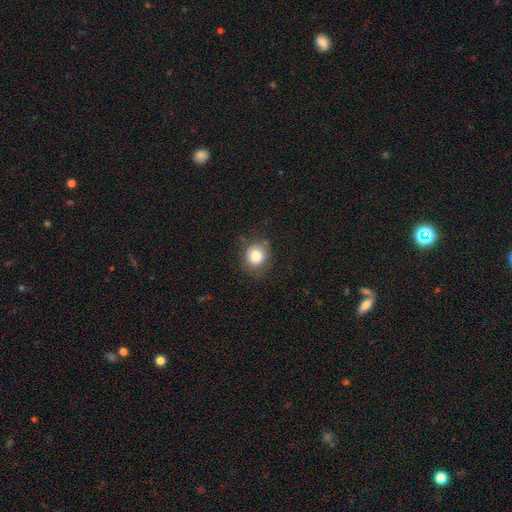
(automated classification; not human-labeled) Smooth or featured? Predicted: smooth (p=0.84). How rounded? Predicted: round (p=0.80). Merging? Predicted: none (p=0.77).